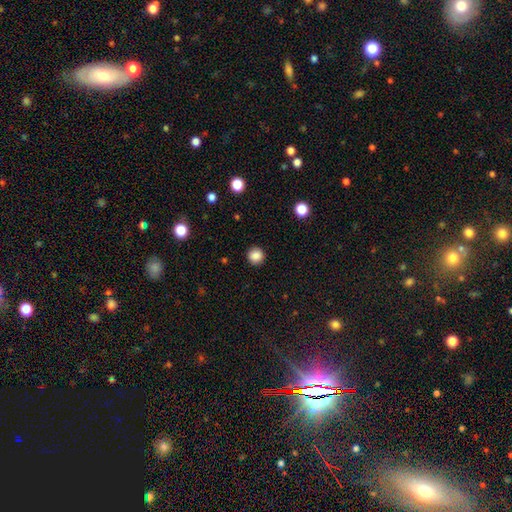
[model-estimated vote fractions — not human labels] Smooth or featured? Predicted: smooth (p=0.86). How rounded? Predicted: round (p=0.94). Merging? Predicted: none (p=0.92).